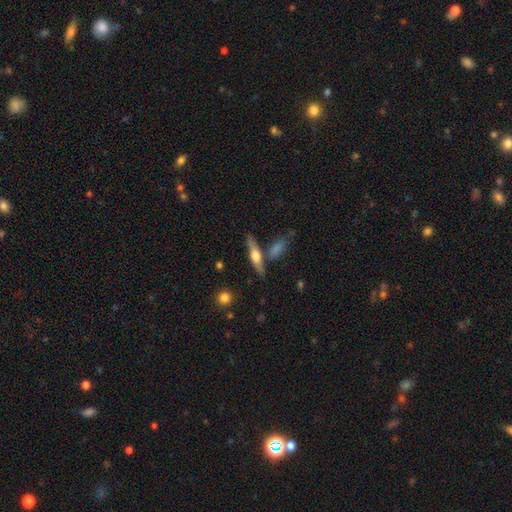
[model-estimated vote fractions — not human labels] A featured or disk galaxy (55%) viewed edge-on (94%) with a rounded central bulge (90%). Merging: none (73%).